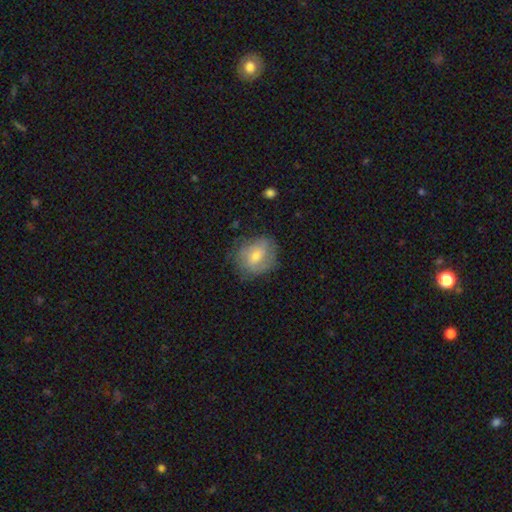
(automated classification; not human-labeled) This is possibly a smooth galaxy (50%). Merging: likely none (65%).